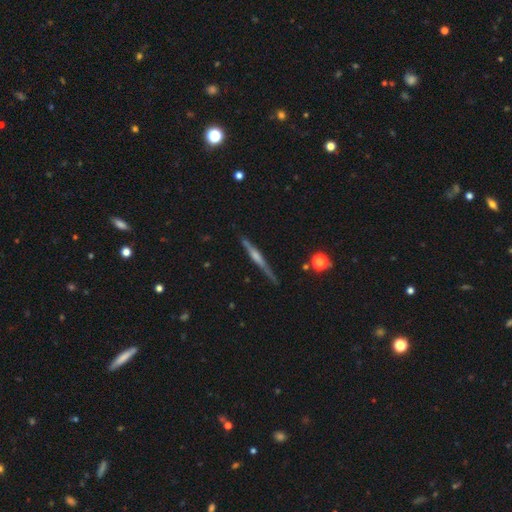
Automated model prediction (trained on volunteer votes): A featured or disk galaxy (70%) viewed edge-on (97%) with a rounded central bulge (53%).

Vote fractions:
- Smooth or featured? featured or disk: 70% / smooth: 23% / star or artifact: 7%
- Edge-on disk? yes: 97% / no: 3%
- Edge-on bulge? rounded: 53% / none: 27% / boxy: 20%
- Merging? none: 84% / minor disturbance: 12% / major disturbance: 2% / merger: 2%